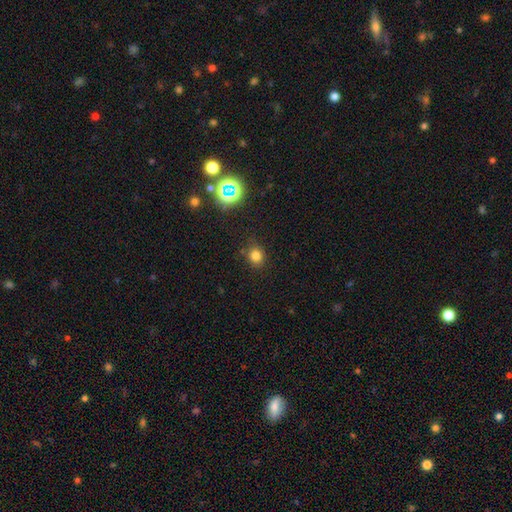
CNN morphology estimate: This is likely a smooth galaxy (77%). How rounded: likely round (78%). Merging: clearly none (84%).